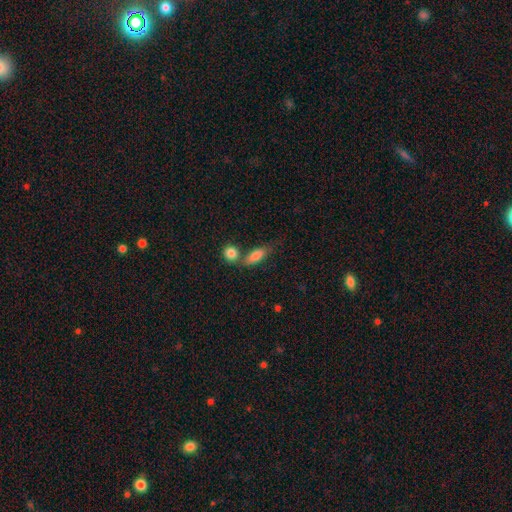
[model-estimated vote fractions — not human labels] A smooth galaxy with no disk features (81%) that is in between round and cigar-shaped (74%). Merging: none (50%).